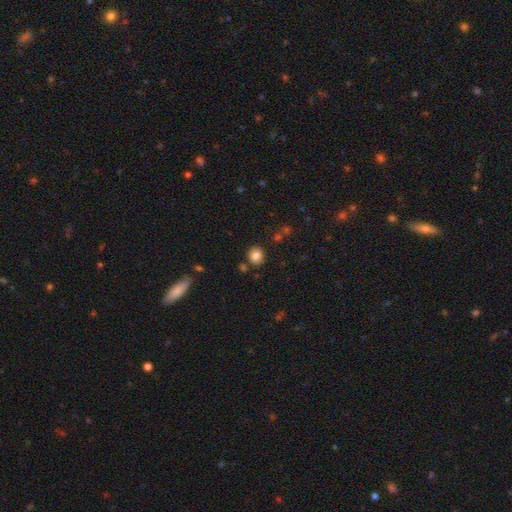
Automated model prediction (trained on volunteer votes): Morphology: type=smooth (83%); roundness=round (78%); merging=none (84%).